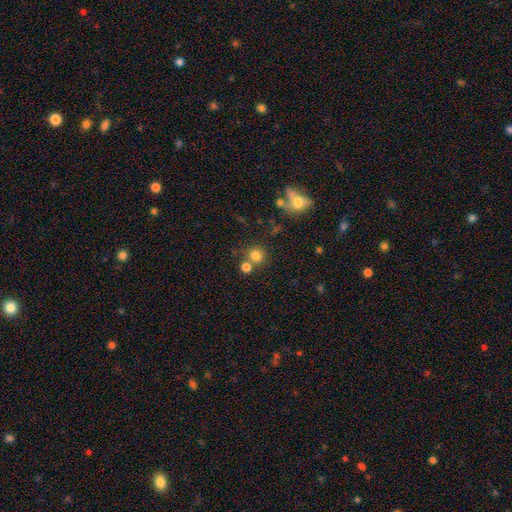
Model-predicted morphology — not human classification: A smooth galaxy with no disk features (78%) that is round (89%).

Vote fractions:
- Smooth or featured? smooth: 78% / star or artifact: 14% / featured or disk: 8%
- How rounded? round: 89% / in between: 10% / cigar-shaped: 1%
- Merging? none: 63% / merger: 25% / minor disturbance: 8% / major disturbance: 4%